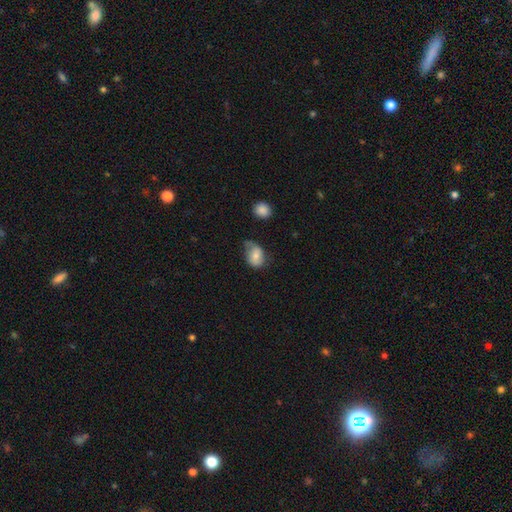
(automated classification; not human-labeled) Morphology: type=smooth (69%); roundness=in between (73%); merging=minor disturbance (40%).